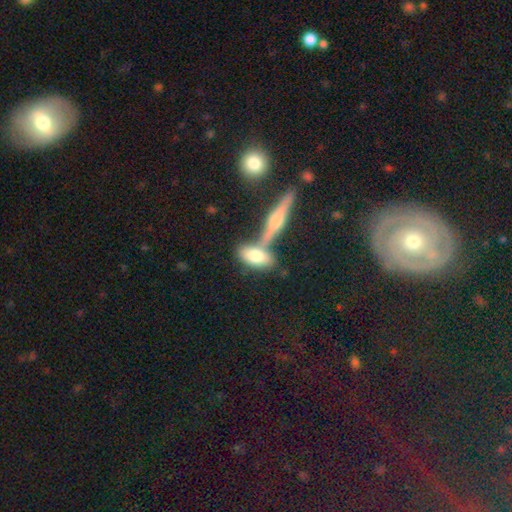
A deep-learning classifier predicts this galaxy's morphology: A smooth galaxy with no disk features (70%) that is in between round and cigar-shaped (80%).

Vote fractions:
- Smooth or featured? smooth: 70% / featured or disk: 23% / star or artifact: 8%
- How rounded? in between: 80% / cigar-shaped: 16% / round: 4%
- Merging? none: 47% / merger: 37% / minor disturbance: 12% / major disturbance: 5%